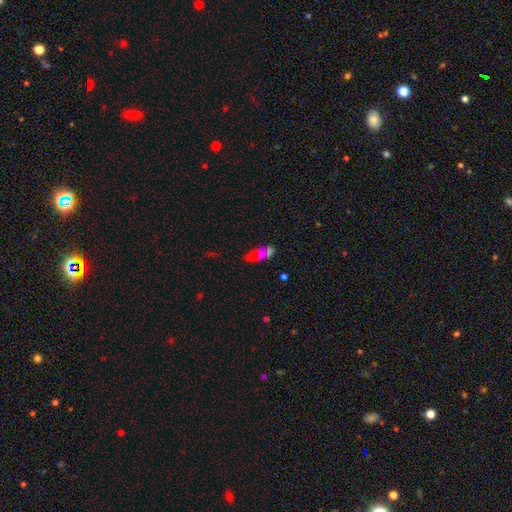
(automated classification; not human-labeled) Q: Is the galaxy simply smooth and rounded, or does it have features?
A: smooth — 55%.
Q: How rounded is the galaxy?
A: in between — 73%.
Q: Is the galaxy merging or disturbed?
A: none — 62%.